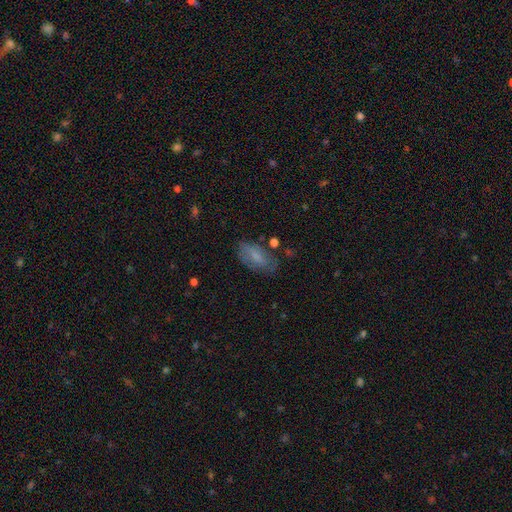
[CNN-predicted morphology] smooth 62%, featured or disk 29%, star or artifact 9%. Down the decision tree: how rounded — in between (88%); merging — none (66%).